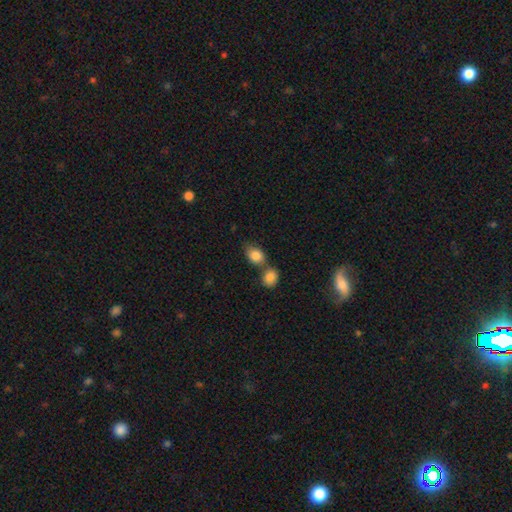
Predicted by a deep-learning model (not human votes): Overall: smooth (85%). How rounded: in between (66%; round 32%). Merging: merger (42%; none 41%).